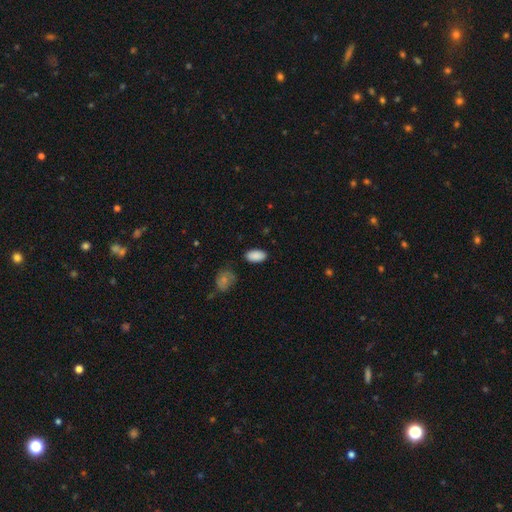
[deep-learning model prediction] smooth-or-featured: smooth: 89% | star or artifact: 7% | featured or disk: 4%
  how-rounded: in between: 95% | round: 3% | cigar-shaped: 2%
  merging: none: 84% | minor disturbance: 11% | major disturbance: 3% | merger: 2%